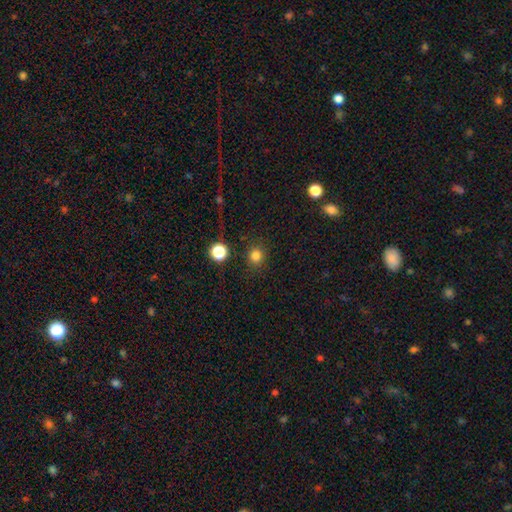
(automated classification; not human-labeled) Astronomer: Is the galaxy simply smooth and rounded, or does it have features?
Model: smooth — 81%.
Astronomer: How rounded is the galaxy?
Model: round — 87%.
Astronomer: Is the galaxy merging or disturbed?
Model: none — 86%.